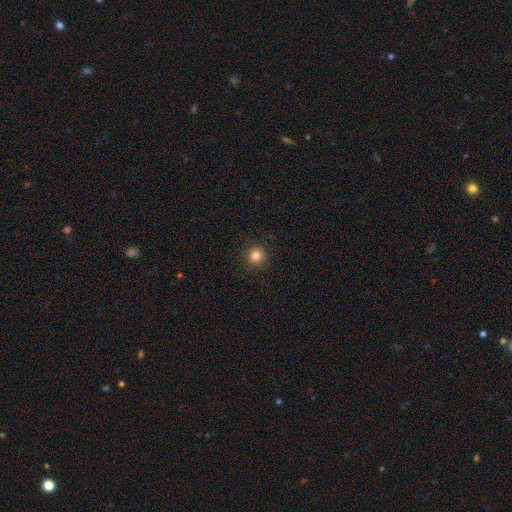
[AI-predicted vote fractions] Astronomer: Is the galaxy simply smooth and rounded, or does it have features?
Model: smooth — 82%.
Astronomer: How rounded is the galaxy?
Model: round — 96%.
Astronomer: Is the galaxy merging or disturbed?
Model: none — 93%.